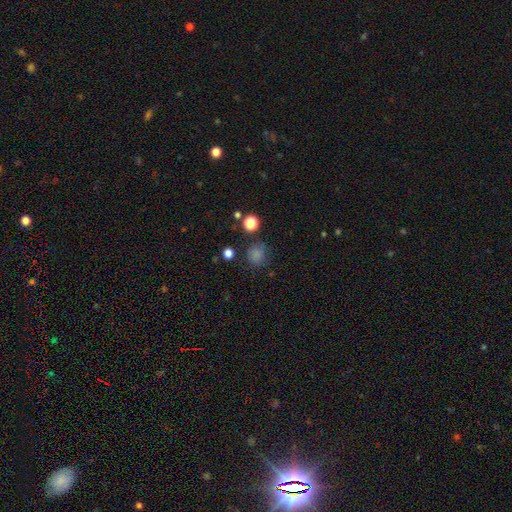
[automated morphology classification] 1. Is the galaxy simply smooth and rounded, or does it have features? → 70% smooth, 24% star or artifact, 6% featured or disk.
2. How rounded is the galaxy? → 87% round, 12% in between, 1% cigar-shaped.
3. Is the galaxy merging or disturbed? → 80% none, 12% minor disturbance, 5% major disturbance, 4% merger.